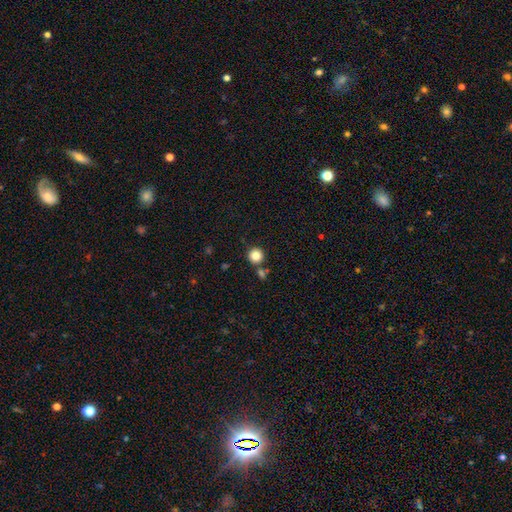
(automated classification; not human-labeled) smooth 83%, star or artifact 11%, featured or disk 6%. Down the decision tree: how rounded — round (95%); merging — none (80%).